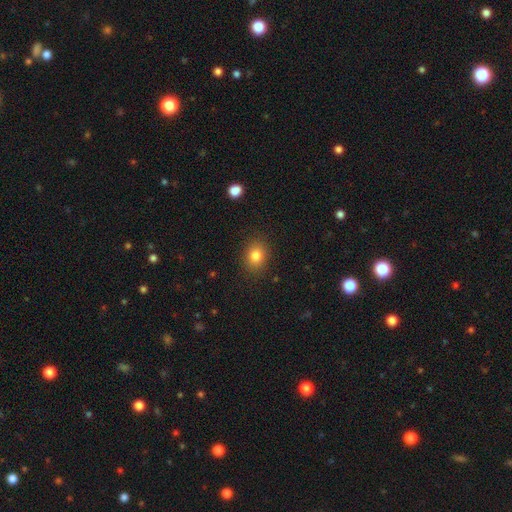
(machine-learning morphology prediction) A smooth galaxy with no disk features (82%) that is round (54%).

Vote fractions:
- Smooth or featured? smooth: 82% / star or artifact: 11% / featured or disk: 7%
- How rounded? round: 54% / in between: 45% / cigar-shaped: 1%
- Merging? none: 87% / minor disturbance: 9% / major disturbance: 3% / merger: 1%